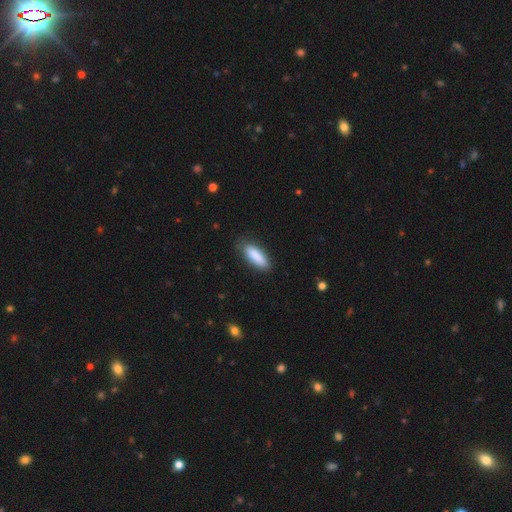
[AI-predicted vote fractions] A smooth galaxy with no disk features (87%) that is in between round and cigar-shaped (57%). Merging: none (81%).